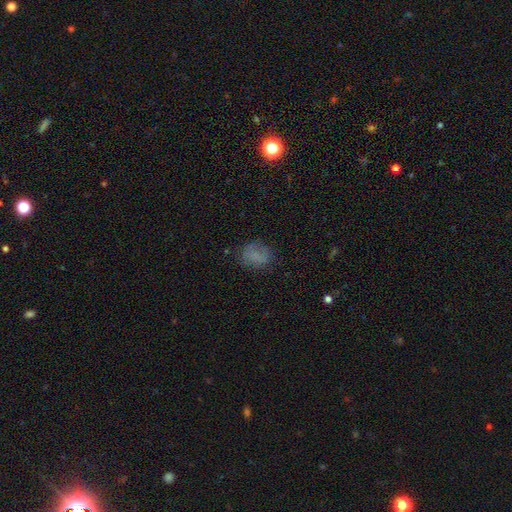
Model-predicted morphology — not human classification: This appears to be a smooth galaxy with no disk features (69%) that is in between round and cigar-shaped (62%). Merging: none (71%).